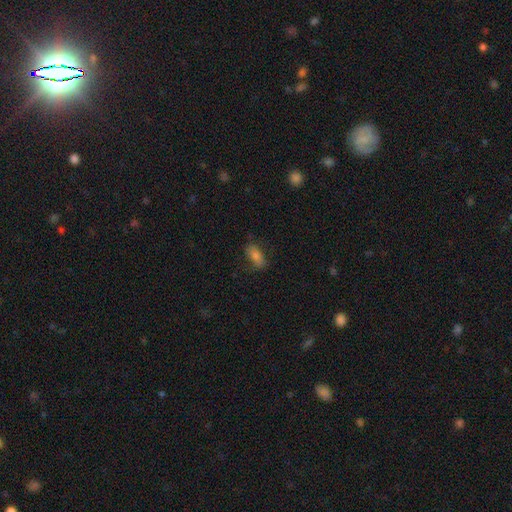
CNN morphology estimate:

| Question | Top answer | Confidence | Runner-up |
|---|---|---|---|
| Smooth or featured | smooth | 72% | featured or disk (17%) |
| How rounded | in between | 82% | cigar-shaped (12%) |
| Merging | none | 77% | minor disturbance (17%) |